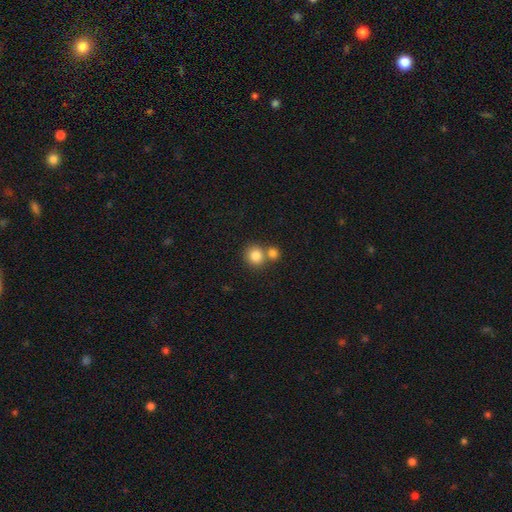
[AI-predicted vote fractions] Smooth or featured?
  - smooth: 82% *
  - star or artifact: 10%
  - featured or disk: 7%
How rounded?
  - round: 88% *
  - in between: 11%
  - cigar-shaped: 1%
Merging?
  - none: 54% *
  - merger: 37%
  - minor disturbance: 6%
  - major disturbance: 2%